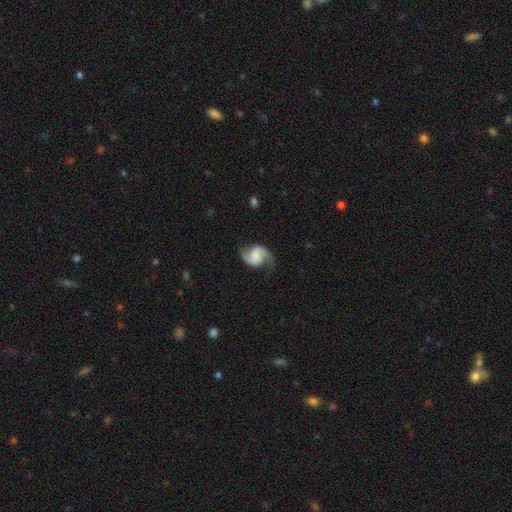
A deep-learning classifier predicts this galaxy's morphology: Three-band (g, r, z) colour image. It shows a featured or disk galaxy (82%) with no bar (49%), 2 (92%) loose (47%) spiral arms (97%) and no central bulge (44%). Merging: none (72%).